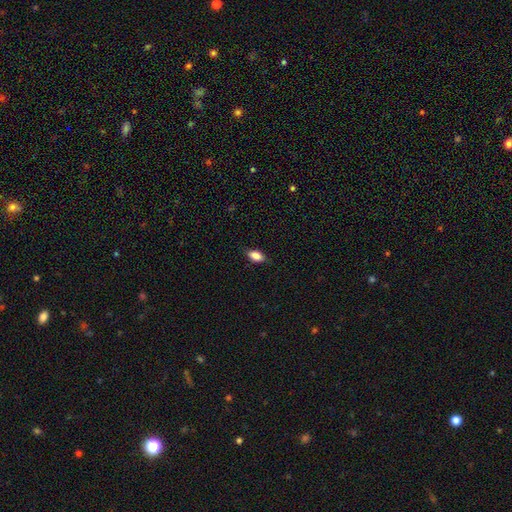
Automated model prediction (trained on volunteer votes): smooth 85%, featured or disk 8%, star or artifact 8%. Down the decision tree: how rounded — in between (89%); merging — none (84%).